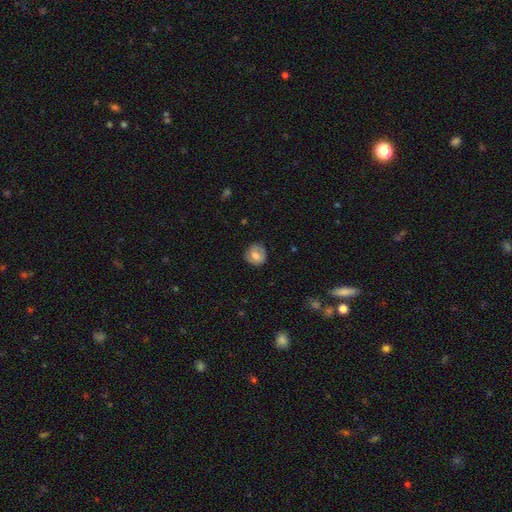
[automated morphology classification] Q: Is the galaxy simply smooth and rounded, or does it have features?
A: smooth — 65%.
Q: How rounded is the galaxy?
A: round — 85%.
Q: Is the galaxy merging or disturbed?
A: none — 80%.